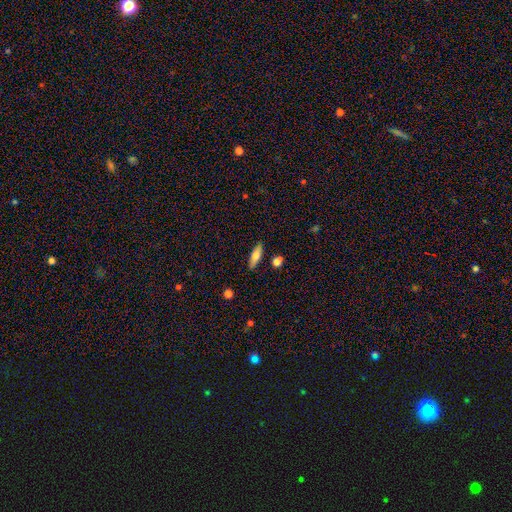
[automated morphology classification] Q: Smooth or featured?
A: smooth (67%); runner-up: featured or disk (26%)
Q: How rounded?
A: in between (50%); runner-up: cigar-shaped (48%)
Q: Merging?
A: none (85%); runner-up: minor disturbance (10%)